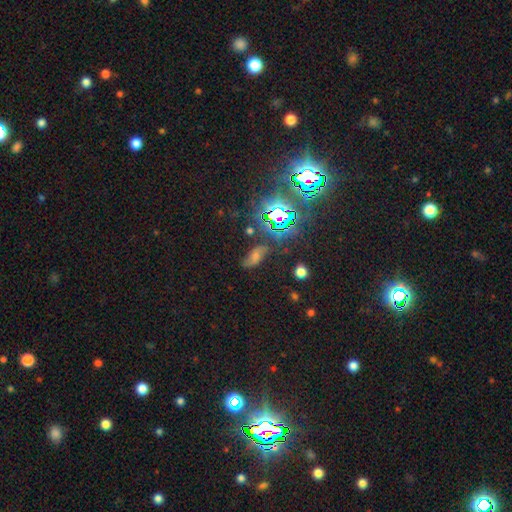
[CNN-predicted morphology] A star or artifact, not a galaxy (46%).

Vote fractions:
- Smooth or featured? star or artifact: 46% / featured or disk: 27% / smooth: 27%